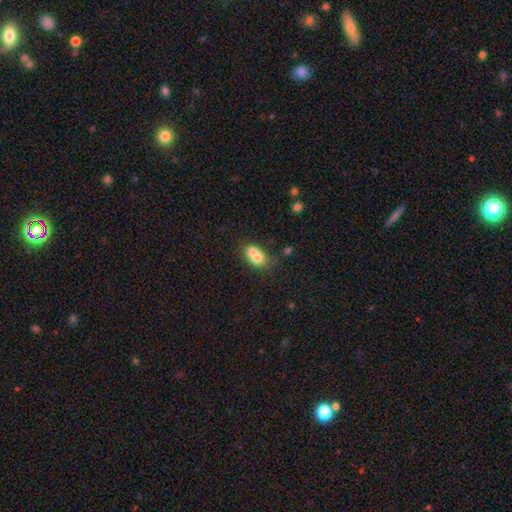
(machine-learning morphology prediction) Q: Smooth or featured?
A: smooth (69%); runner-up: featured or disk (22%)
Q: How rounded?
A: in between (56%); runner-up: round (42%)
Q: Merging?
A: merger (65%); runner-up: none (23%)